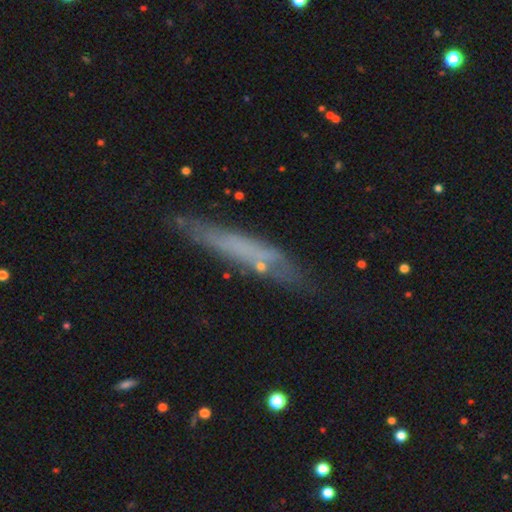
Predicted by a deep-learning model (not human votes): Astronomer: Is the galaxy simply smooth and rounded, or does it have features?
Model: smooth — 50% (runner-up: featured or disk, 42%).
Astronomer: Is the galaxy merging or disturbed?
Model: none — 74%.